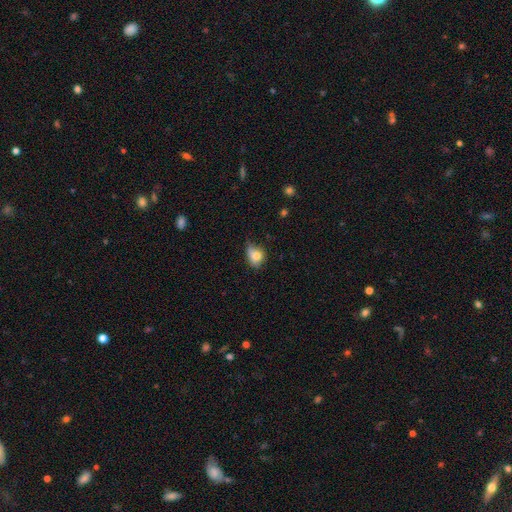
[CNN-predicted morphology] Overall: smooth (75%). How rounded: in between (58%; round 40%). Merging: minor disturbance (42%; none 41%).